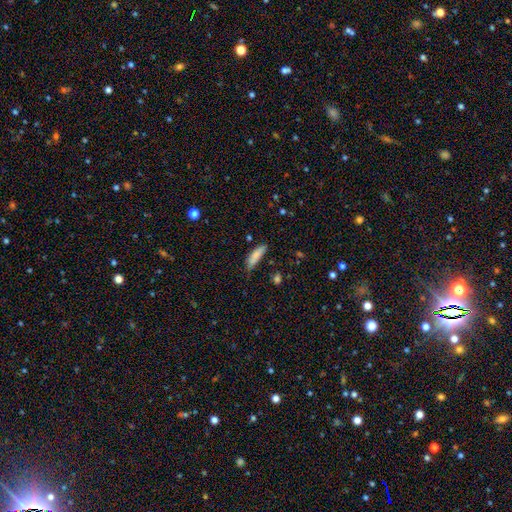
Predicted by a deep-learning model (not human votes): smooth_or_featured: smooth (p=0.84) [alt: featured or disk p=0.09]
how_rounded: cigar-shaped (p=0.59) [alt: in between p=0.40]
merging: none (p=0.62) [alt: minor disturbance p=0.29]